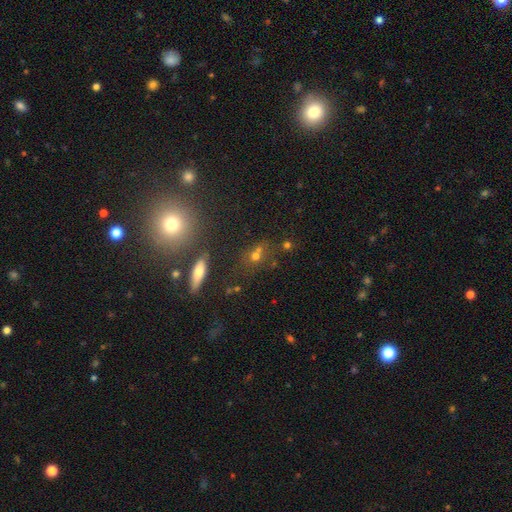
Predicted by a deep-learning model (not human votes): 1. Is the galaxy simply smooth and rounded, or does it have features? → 58% smooth, 26% star or artifact, 16% featured or disk.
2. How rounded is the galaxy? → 55% round, 37% in between, 8% cigar-shaped.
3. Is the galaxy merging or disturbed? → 59% none, 22% merger, 13% minor disturbance, 7% major disturbance.